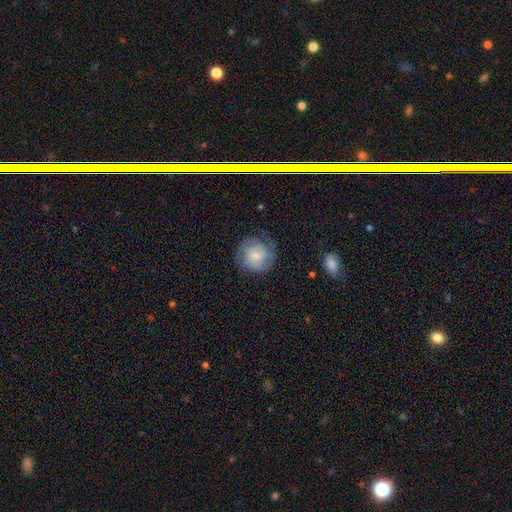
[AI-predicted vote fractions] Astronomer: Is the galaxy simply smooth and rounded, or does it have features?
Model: smooth — 48% (runner-up: featured or disk, 45%).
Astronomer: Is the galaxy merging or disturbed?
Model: none — 69%.